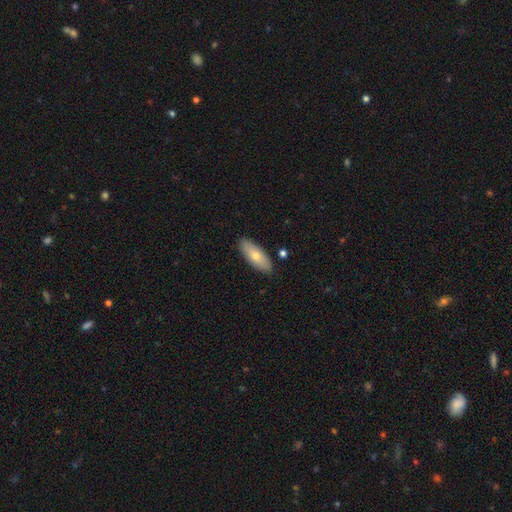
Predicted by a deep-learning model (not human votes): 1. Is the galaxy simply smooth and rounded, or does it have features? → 66% smooth, 27% featured or disk, 6% star or artifact.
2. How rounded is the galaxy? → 73% in between, 24% cigar-shaped, 3% round.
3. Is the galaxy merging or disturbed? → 87% none, 9% minor disturbance, 2% merger, 2% major disturbance.